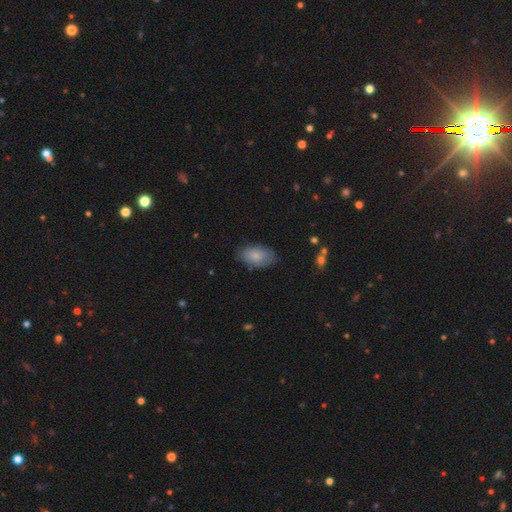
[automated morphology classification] This is clearly a smooth galaxy (81%). How rounded: clearly in between (93%). Merging: likely none (76%).